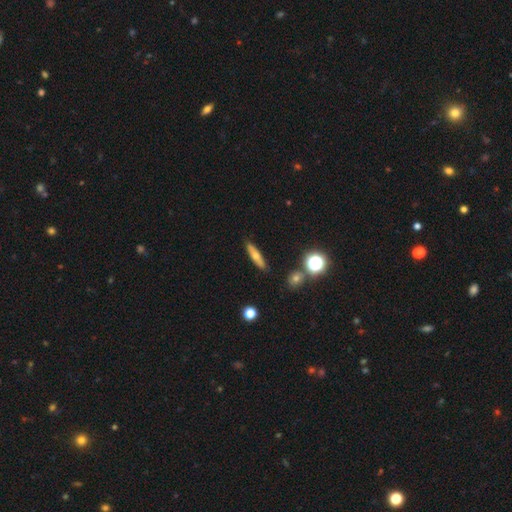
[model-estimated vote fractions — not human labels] A smooth galaxy with no disk features (57%) that is cigar-shaped (76%).

Vote fractions:
- Smooth or featured? smooth: 57% / featured or disk: 33% / star or artifact: 10%
- How rounded? cigar-shaped: 76% / in between: 20% / round: 4%
- Merging? none: 87% / minor disturbance: 9% / major disturbance: 2% / merger: 2%